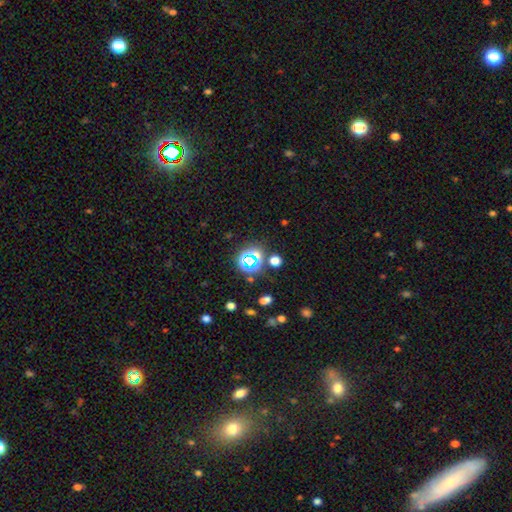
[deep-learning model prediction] Smooth or featured? star or artifact (60%)